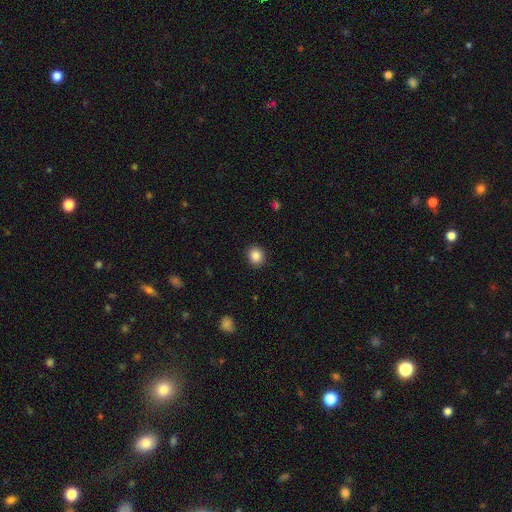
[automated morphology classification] Smooth or featured: smooth — 85% (star or artifact — 10%)
How rounded: round — 84% (in between — 16%)
Merging: none — 91% (minor disturbance — 6%)